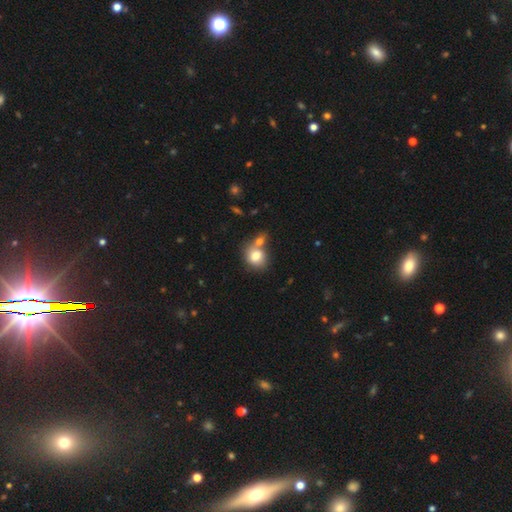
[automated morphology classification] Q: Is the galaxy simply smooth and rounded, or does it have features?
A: smooth — 79%.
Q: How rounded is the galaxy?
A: round — 68%.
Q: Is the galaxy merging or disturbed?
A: none — 45%.